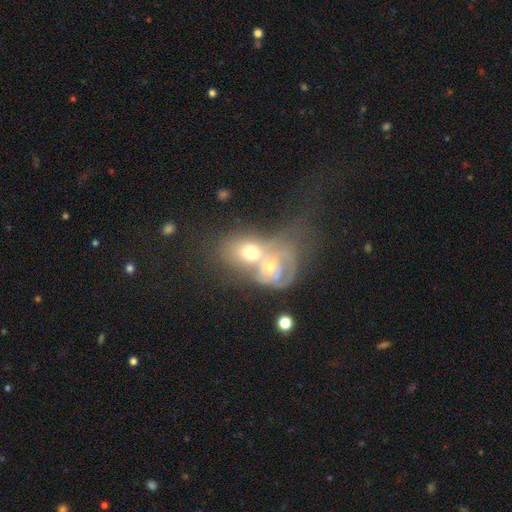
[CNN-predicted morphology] smooth-or-featured: featured or disk: 56% | smooth: 34% | star or artifact: 11%
  disk-edge-on: no: 94% | yes: 6%
    bar: no: 77% | weak: 18% | strong: 5%
    has-spiral-arms: yes: 58% | no: 42%
    bulge-size: moderate: 62% | small: 27% | large: 7% | none: 3% | dominant: 2%
  merging: merger: 76% | none: 12% | major disturbance: 7% | minor disturbance: 5%